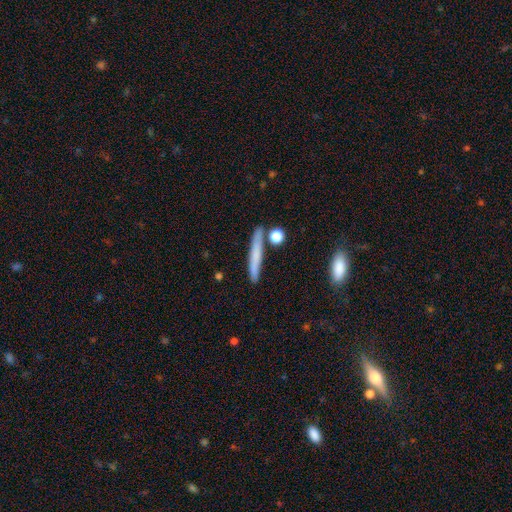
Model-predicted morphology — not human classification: Smooth or featured?
  - smooth: 67% *
  - featured or disk: 26%
  - star or artifact: 7%
How rounded?
  - cigar-shaped: 93% *
  - in between: 5%
  - round: 2%
Merging?
  - none: 83% *
  - minor disturbance: 10%
  - merger: 5%
  - major disturbance: 2%